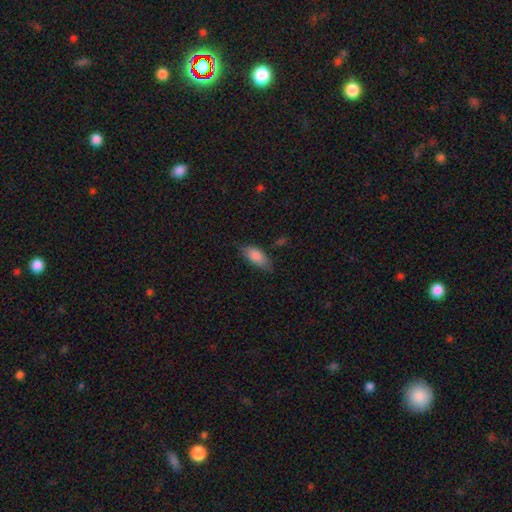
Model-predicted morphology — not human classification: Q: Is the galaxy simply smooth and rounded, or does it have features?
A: smooth — 85%.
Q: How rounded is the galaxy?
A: in between — 88%.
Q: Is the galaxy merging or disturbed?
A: none — 67%.